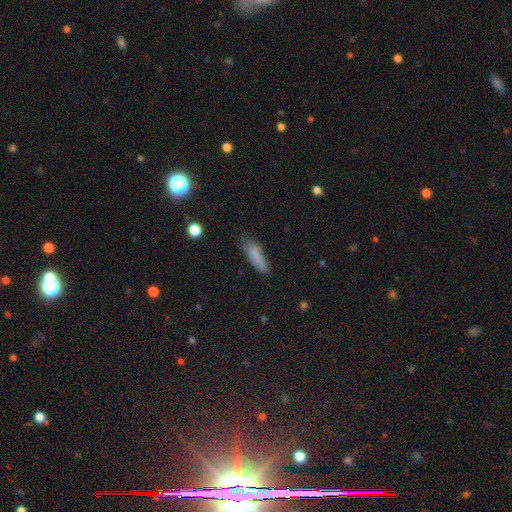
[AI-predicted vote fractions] Smooth or featured: smooth — 81% (featured or disk — 10%)
How rounded: cigar-shaped — 63% (in between — 35%)
Merging: none — 69% (minor disturbance — 23%)